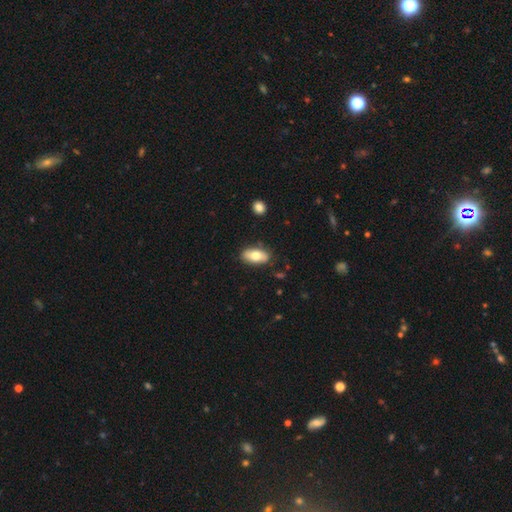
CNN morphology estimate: This appears to be a smooth galaxy with no disk features (74%) that is in between round and cigar-shaped (91%). Merging: none (83%).